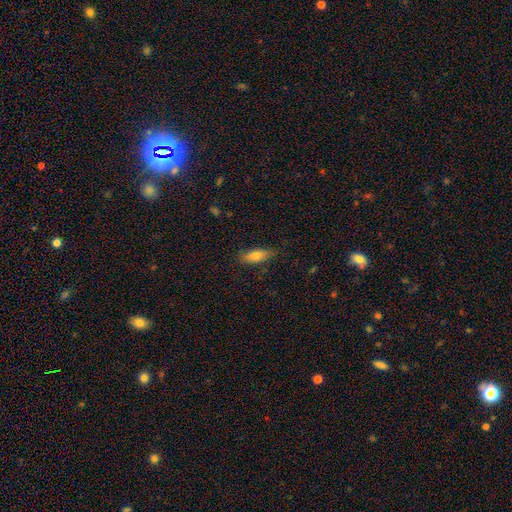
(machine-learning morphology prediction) Smooth or featured? Predicted: smooth (p=0.77). How rounded? Predicted: in between (p=0.63). Merging? Predicted: none (p=0.79).